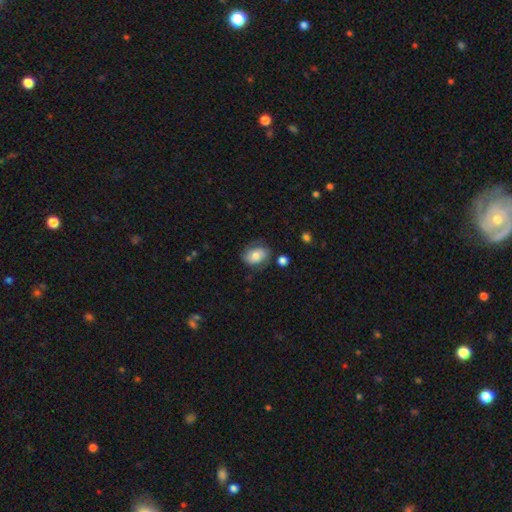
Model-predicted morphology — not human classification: A smooth galaxy with no disk features (54%) that is in between round and cigar-shaped (69%).

Vote fractions:
- Smooth or featured? smooth: 54% / featured or disk: 38% / star or artifact: 8%
- How rounded? in between: 69% / round: 30% / cigar-shaped: 1%
- Merging? none: 64% / minor disturbance: 23% / major disturbance: 10% / merger: 3%